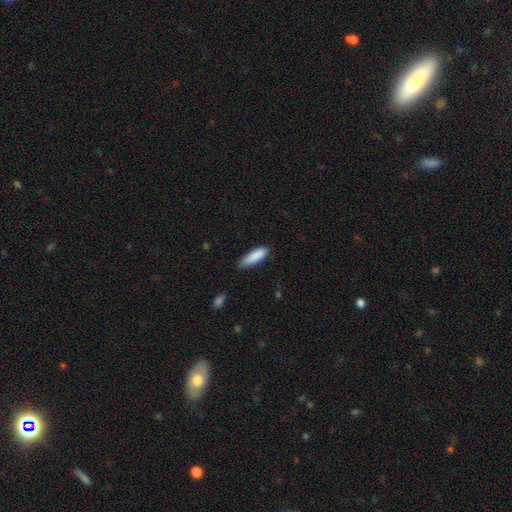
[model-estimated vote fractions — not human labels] smooth-or-featured: smooth: 88% | featured or disk: 6% | star or artifact: 6%
  how-rounded: cigar-shaped: 57% | in between: 41% | round: 1%
  merging: none: 75% | minor disturbance: 21% | major disturbance: 3% | merger: 1%